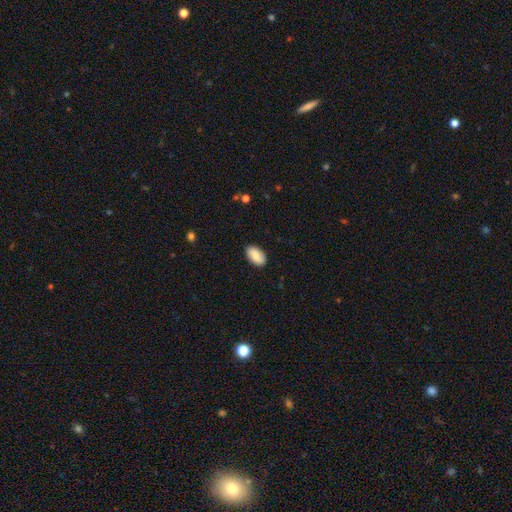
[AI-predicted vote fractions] Overall: smooth (80%). How rounded: in between (94%). Merging: none (88%).